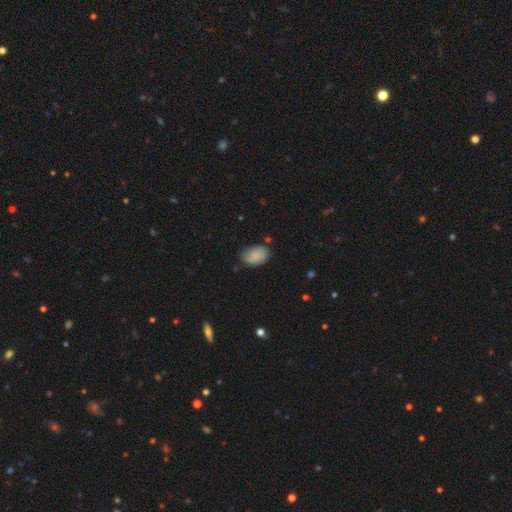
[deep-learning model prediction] The model was most divided on "merging": none: 67%, minor disturbance: 25%, major disturbance: 5%, merger: 3%. More confident: how rounded — in between (90%); smooth or featured — smooth (82%).